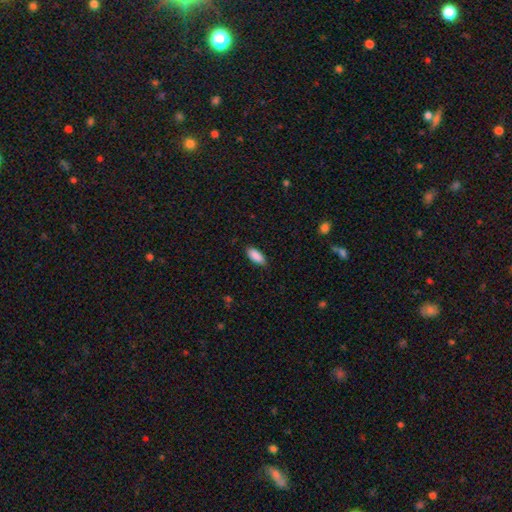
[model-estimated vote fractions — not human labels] A smooth galaxy with no disk features (90%) that is in between round and cigar-shaped (84%).

Vote fractions:
- Smooth or featured? smooth: 90% / star or artifact: 6% / featured or disk: 4%
- How rounded? in between: 84% / cigar-shaped: 14% / round: 2%
- Merging? none: 87% / minor disturbance: 10% / major disturbance: 2% / merger: 1%